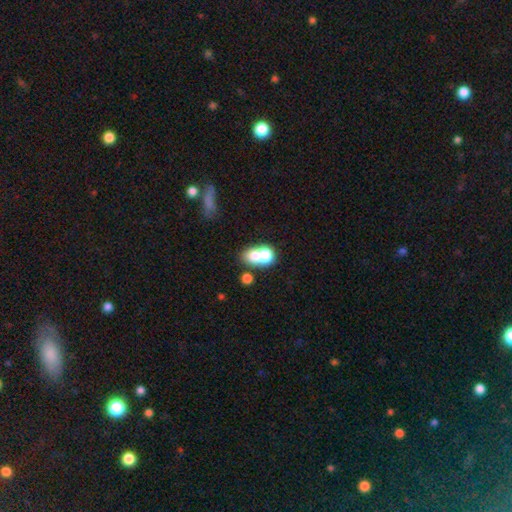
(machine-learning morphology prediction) smooth-or-featured: smooth: 68% | featured or disk: 19% | star or artifact: 13%
  how-rounded: in between: 51% | round: 47% | cigar-shaped: 2%
  merging: merger: 57% | none: 30% | minor disturbance: 8% | major disturbance: 5%